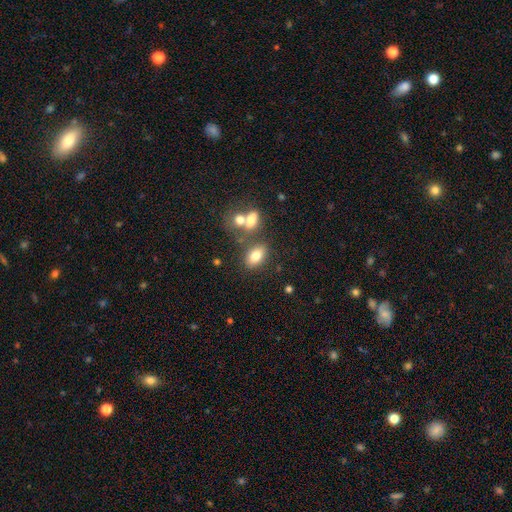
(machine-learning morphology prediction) smooth-or-featured: smooth: 78% | featured or disk: 12% | star or artifact: 10%
  how-rounded: in between: 86% | round: 11% | cigar-shaped: 3%
  merging: none: 64% | merger: 20% | minor disturbance: 11% | major disturbance: 5%